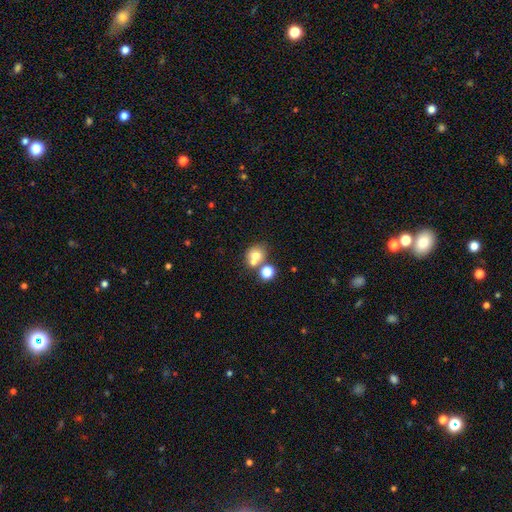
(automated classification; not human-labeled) Smooth or featured? Predicted: smooth (p=0.69). How rounded? Predicted: round (p=0.72). Merging? Predicted: merger (p=0.44, tied with none).